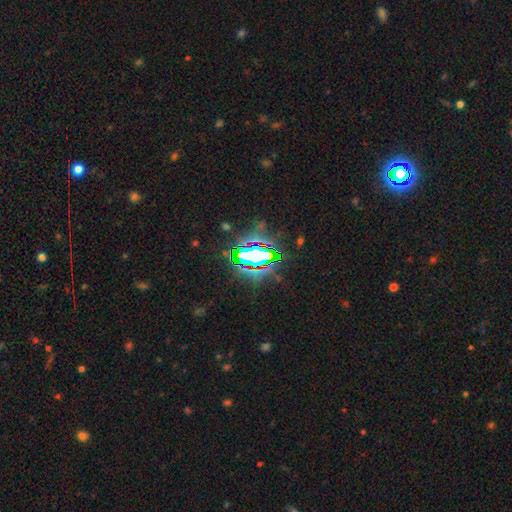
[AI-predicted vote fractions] smooth-or-featured: star or artifact: 71% | smooth: 15% | featured or disk: 14%